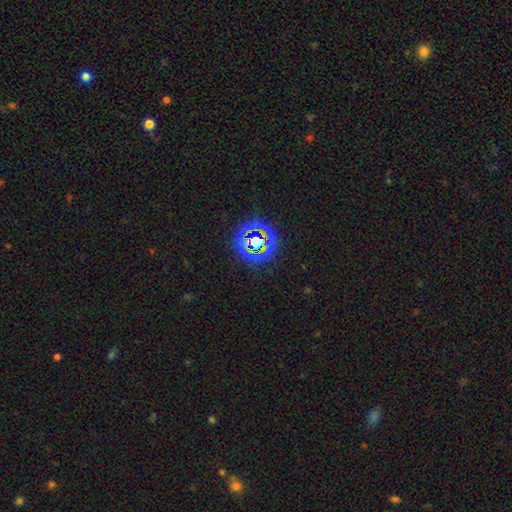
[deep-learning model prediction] A star or artifact, not a galaxy (69%).